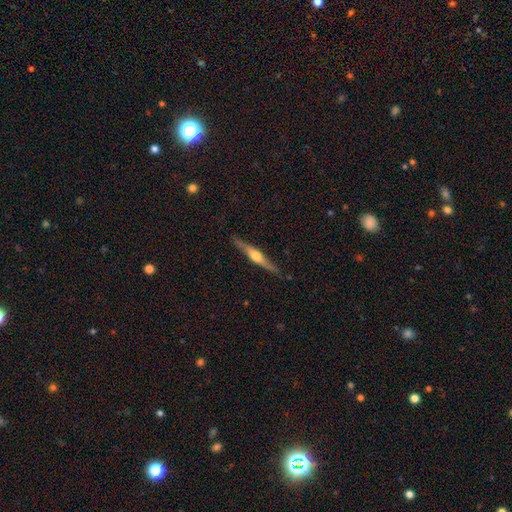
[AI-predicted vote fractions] Q: Smooth or featured?
A: featured or disk (70%); runner-up: smooth (25%)
Q: Edge-on disk?
A: yes (97%); runner-up: no (3%)
Q: Edge-on bulge?
A: rounded (88%); runner-up: boxy (7%)
Q: Merging?
A: none (87%); runner-up: minor disturbance (10%)